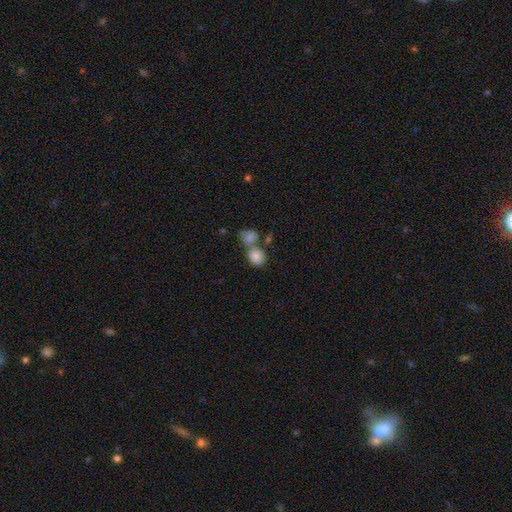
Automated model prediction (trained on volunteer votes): Morphology: type=smooth (83%); roundness=in between (57%); merging=merger (53%).